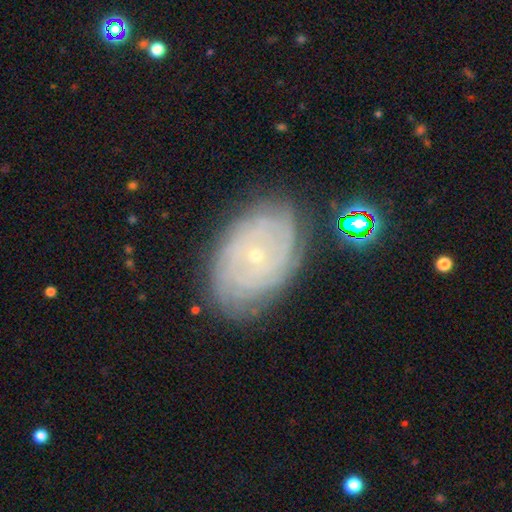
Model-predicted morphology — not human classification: Smooth or featured: featured or disk — 77% (smooth — 14%)
Edge-on disk: no — 96% (yes — 4%)
Bar: no — 85% (weak — 12%)
Spiral arms: yes — 90% (no — 10%)
Spiral winding: tight — 83% (medium — 13%)
Spiral arm count: can't tell — 46% (4 — 13%)
Bulge size: small — 84% (moderate — 13%)
Merging: none — 79% (minor disturbance — 15%)